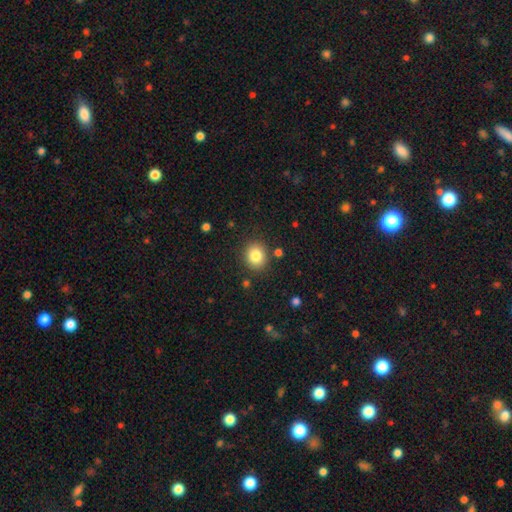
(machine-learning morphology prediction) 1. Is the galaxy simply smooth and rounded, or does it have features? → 83% smooth, 10% star or artifact, 7% featured or disk.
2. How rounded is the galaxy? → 73% round, 26% in between, 1% cigar-shaped.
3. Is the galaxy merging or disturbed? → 86% none, 8% minor disturbance, 3% merger, 3% major disturbance.